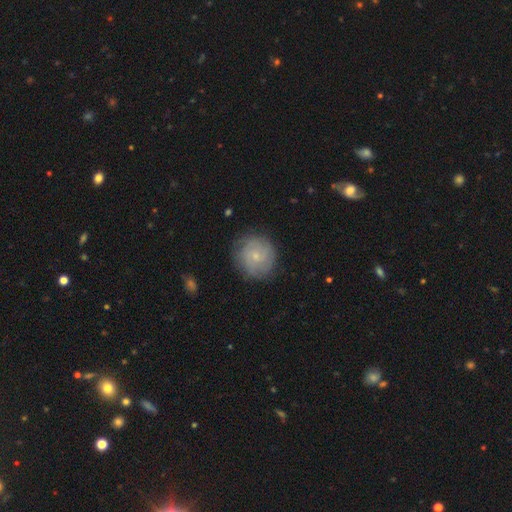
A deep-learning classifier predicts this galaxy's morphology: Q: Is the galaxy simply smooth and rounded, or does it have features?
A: featured or disk — 50%.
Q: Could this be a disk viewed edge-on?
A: no — 97%.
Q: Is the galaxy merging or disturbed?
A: none — 79%.